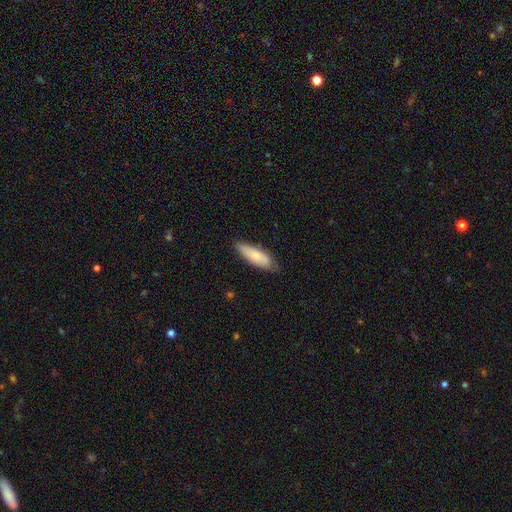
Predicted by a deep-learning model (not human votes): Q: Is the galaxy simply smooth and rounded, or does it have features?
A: smooth — 76%.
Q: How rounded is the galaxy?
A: in between — 53%.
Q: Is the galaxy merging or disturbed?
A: none — 78%.